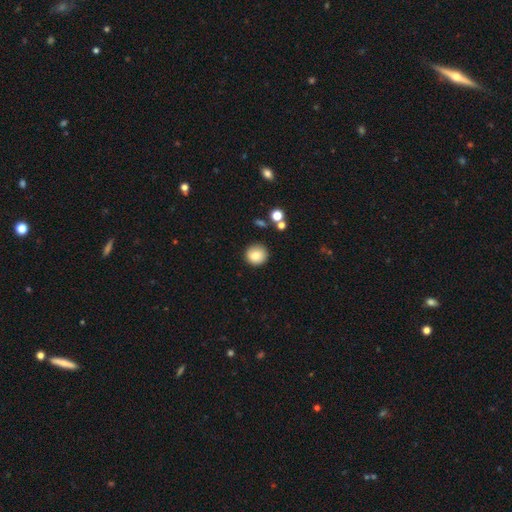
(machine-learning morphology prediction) smooth-or-featured: smooth: 84% | star or artifact: 9% | featured or disk: 7%
  how-rounded: round: 93% | in between: 6% | cigar-shaped: 1%
  merging: none: 88% | minor disturbance: 7% | merger: 3% | major disturbance: 2%